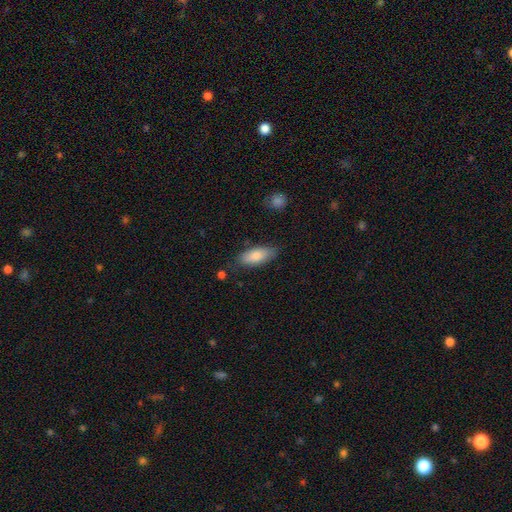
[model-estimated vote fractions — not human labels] Morphology: type=smooth (81%); roundness=in between (81%); merging=none (78%).